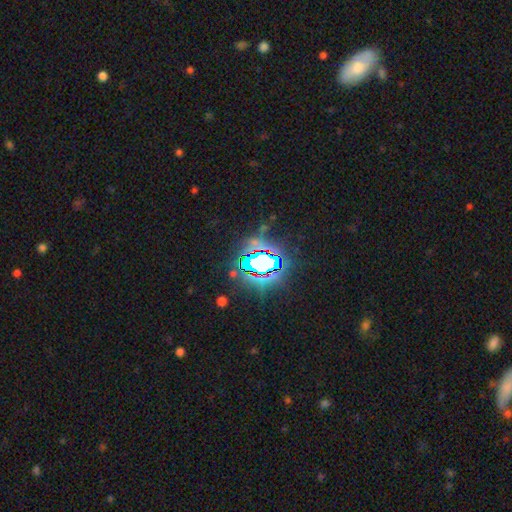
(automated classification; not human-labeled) Smooth or featured: star or artifact — 75% (smooth — 14%)